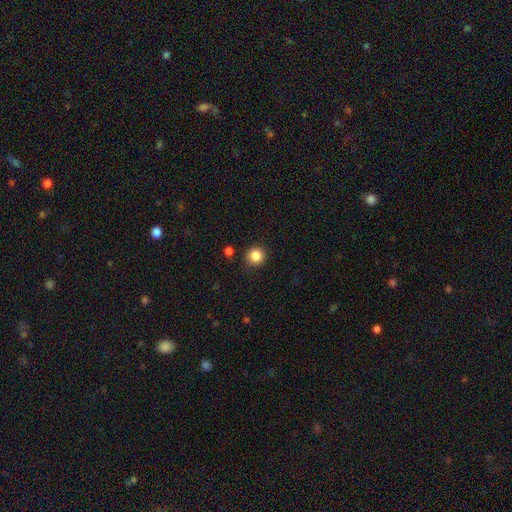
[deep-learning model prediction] Overall: smooth (86%). How rounded: round (92%). Merging: none (88%).